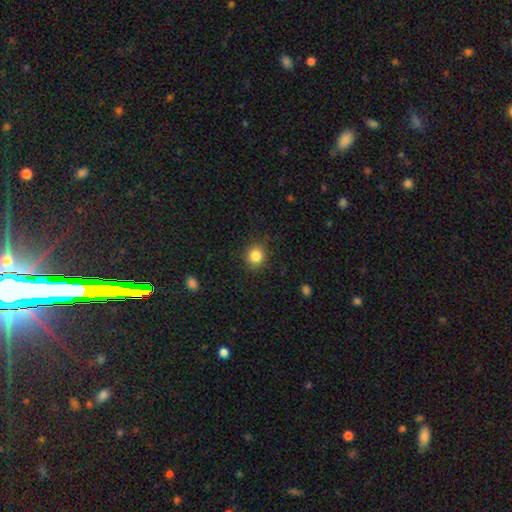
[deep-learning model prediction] A smooth galaxy with no disk features (85%) that is round (89%). Merging: none (89%).